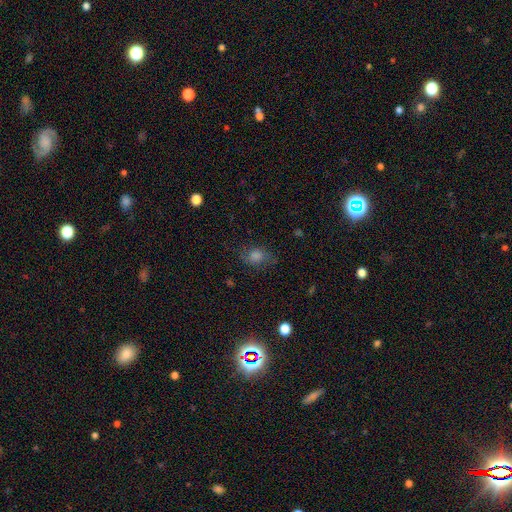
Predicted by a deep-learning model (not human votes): This is marginally a smooth galaxy (45%). Merging: likely none (72%).